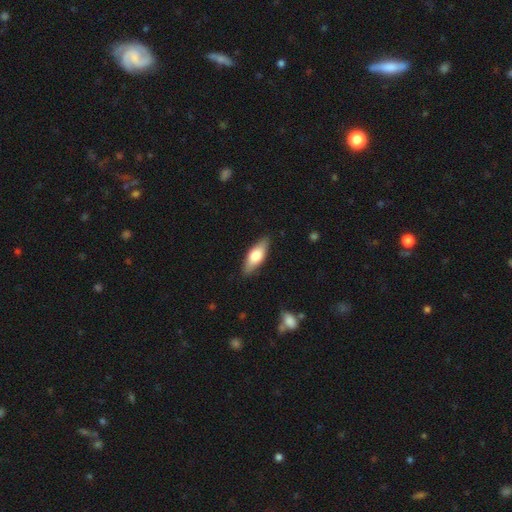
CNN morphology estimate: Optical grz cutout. It shows a smooth galaxy with no disk features (66%) that is in between round and cigar-shaped (68%). Merging: none (86%).